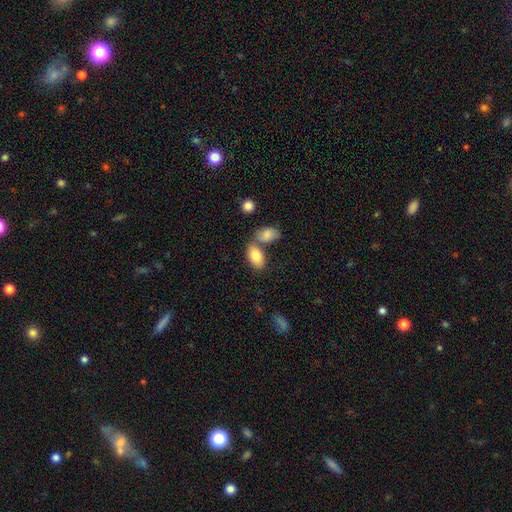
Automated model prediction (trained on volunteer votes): Smooth or featured? Predicted: smooth (p=0.84). How rounded? Predicted: in between (p=0.93). Merging? Predicted: none (p=0.49).